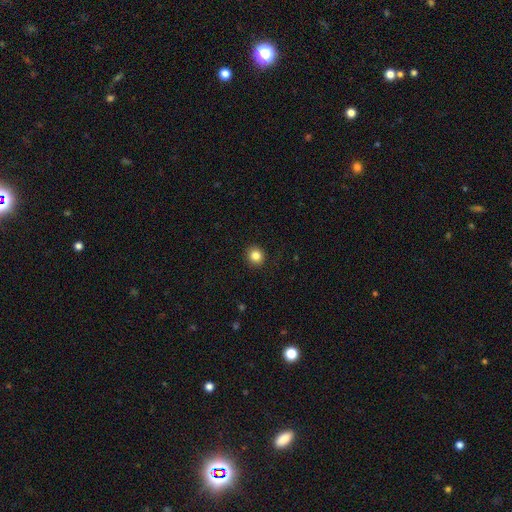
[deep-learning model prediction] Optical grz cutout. It shows a smooth galaxy with no disk features (84%) that is round (89%). Merging: none (92%).